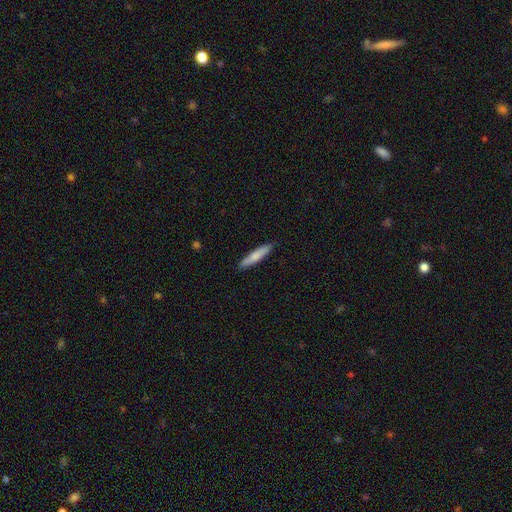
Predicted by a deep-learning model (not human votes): The model was most divided on "smooth or featured": smooth: 74%, featured or disk: 21%, star or artifact: 5%. More confident: how rounded — cigar-shaped (90%); merging — none (90%).